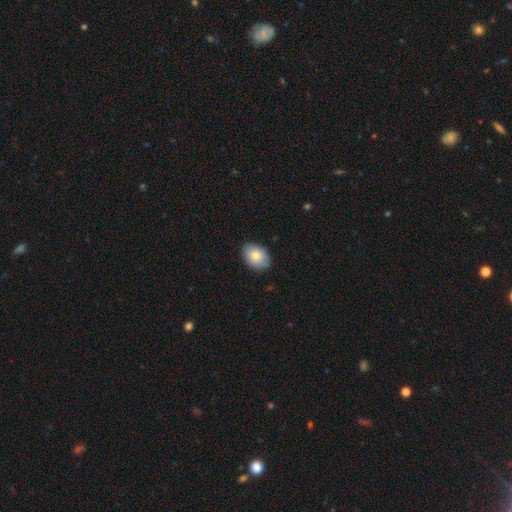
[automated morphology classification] The model was most divided on "how rounded": in between: 81%, round: 17%, cigar-shaped: 1%. More confident: merging — none (86%); smooth or featured — smooth (81%).